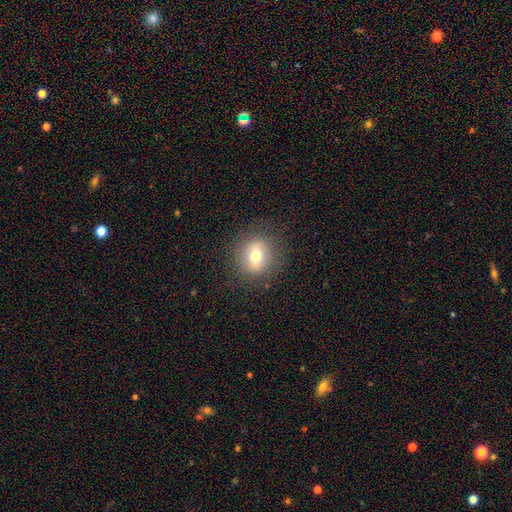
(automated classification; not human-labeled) A smooth galaxy with no disk features (68%) that is round (80%).

Vote fractions:
- Smooth or featured? smooth: 68% / featured or disk: 20% / star or artifact: 12%
- How rounded? round: 80% / in between: 18% / cigar-shaped: 1%
- Merging? none: 86% / minor disturbance: 9% / major disturbance: 4% / merger: 1%